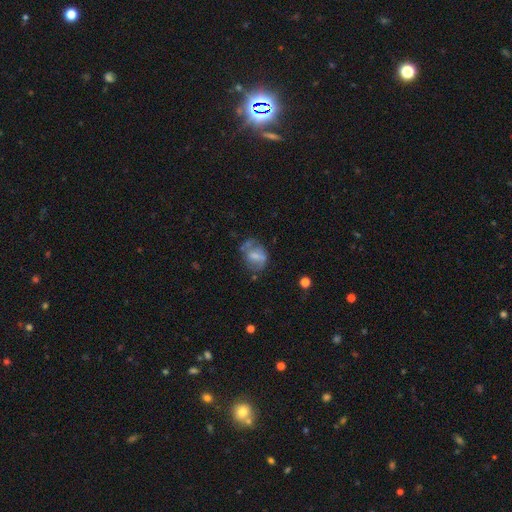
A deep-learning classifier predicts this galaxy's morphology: This is possibly a smooth galaxy (46%). Merging: possibly none (46%).